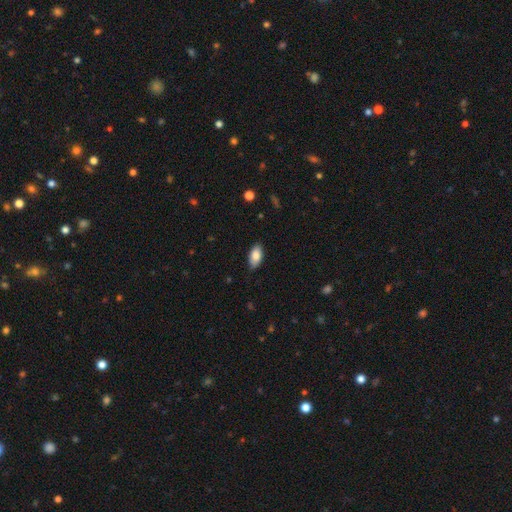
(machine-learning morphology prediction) A smooth galaxy with no disk features (84%) that is in between round and cigar-shaped (93%).

Vote fractions:
- Smooth or featured? smooth: 84% / featured or disk: 9% / star or artifact: 7%
- How rounded? in between: 93% / cigar-shaped: 3% / round: 3%
- Merging? none: 85% / minor disturbance: 12% / major disturbance: 2% / merger: 1%